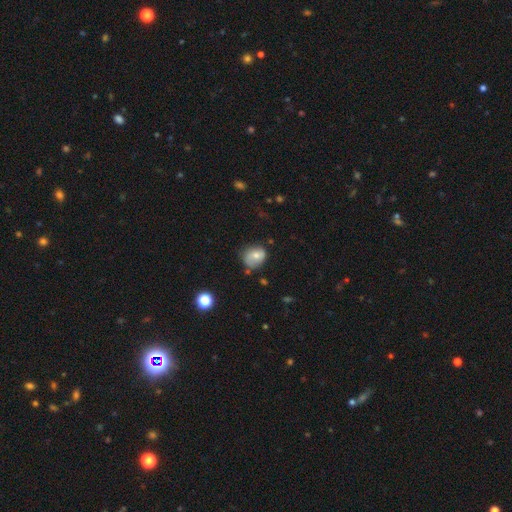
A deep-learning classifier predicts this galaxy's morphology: The model was most divided on "how rounded": round: 57%, in between: 42%, cigar-shaped: 1%. More confident: smooth or featured — smooth (61%); merging — none (56%).